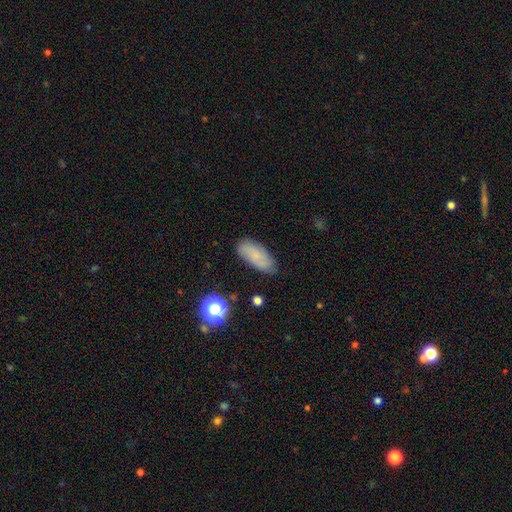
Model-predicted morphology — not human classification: Smooth or featured?
  - smooth: 71% *
  - featured or disk: 19%
  - star or artifact: 10%
How rounded?
  - in between: 85% *
  - cigar-shaped: 11%
  - round: 3%
Merging?
  - none: 79% *
  - minor disturbance: 16%
  - major disturbance: 3%
  - merger: 2%